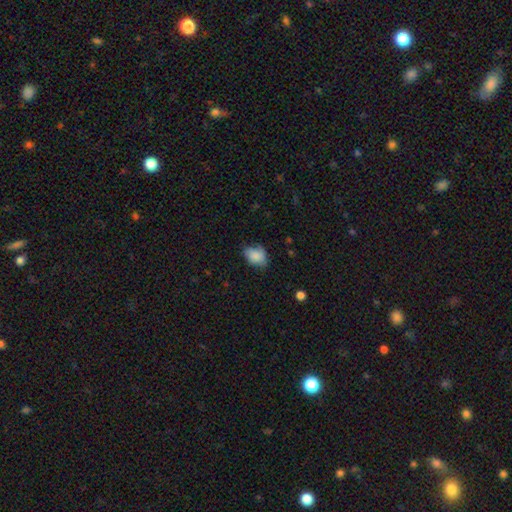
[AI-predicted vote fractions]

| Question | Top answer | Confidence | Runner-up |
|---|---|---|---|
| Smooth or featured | smooth | 84% | star or artifact (8%) |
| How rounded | in between | 70% | round (29%) |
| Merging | none | 57% | minor disturbance (33%) |